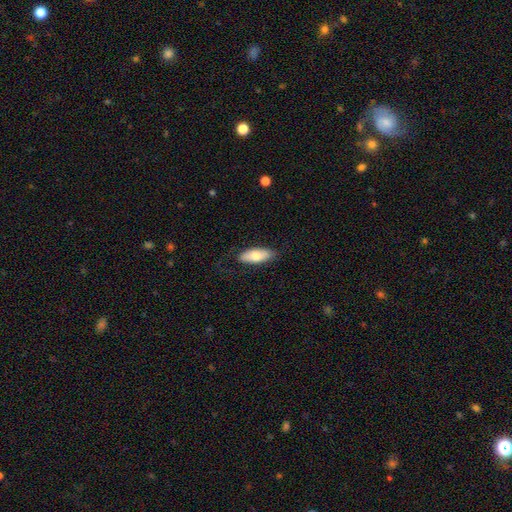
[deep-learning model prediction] Morphology: type=smooth (73%); roundness=in between (78%); merging=none (79%).